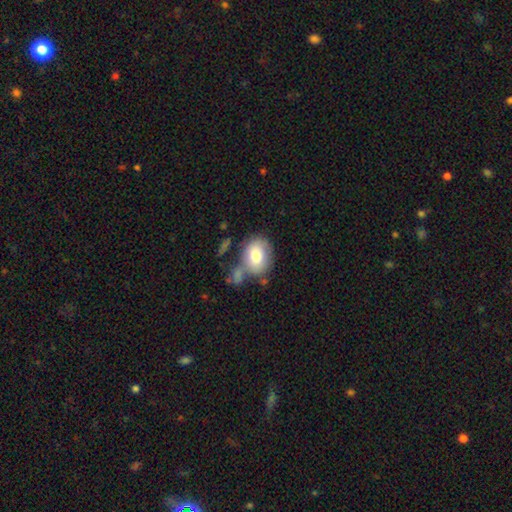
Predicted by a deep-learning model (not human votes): This is likely a smooth galaxy (78%). How rounded: likely in between (67%). Merging: possibly none (50%).